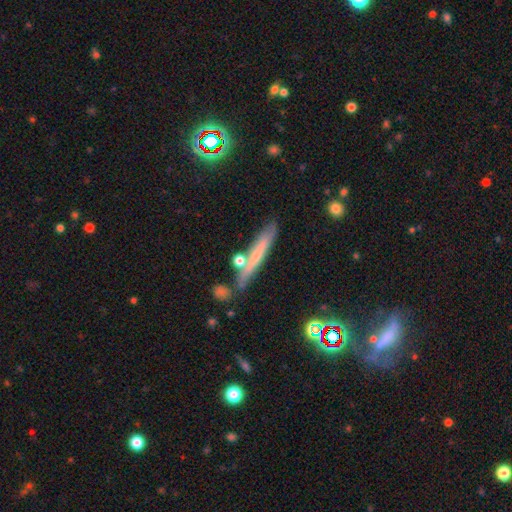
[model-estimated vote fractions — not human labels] Smooth or featured? Predicted: smooth (p=0.49). Merging? Predicted: none (p=0.76).